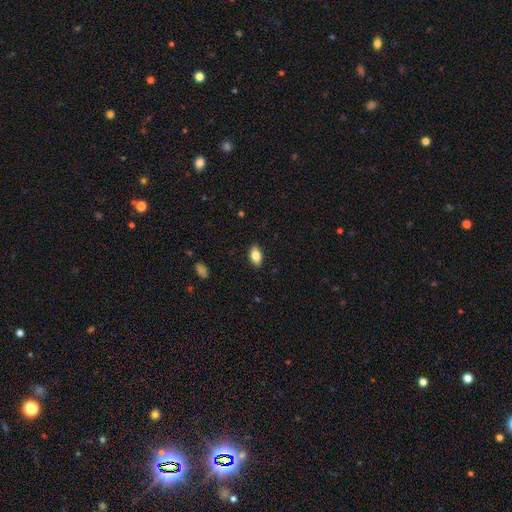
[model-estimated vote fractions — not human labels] smooth-or-featured: smooth: 81% | featured or disk: 12% | star or artifact: 7%
  how-rounded: in between: 91% | round: 6% | cigar-shaped: 3%
  merging: none: 88% | minor disturbance: 9% | major disturbance: 2% | merger: 1%